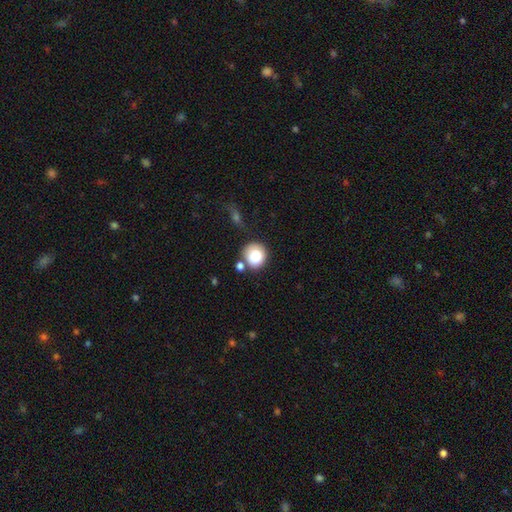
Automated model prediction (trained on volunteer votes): This is clearly a smooth galaxy (84%). How rounded: clearly round (87%). Merging: likely none (65%).